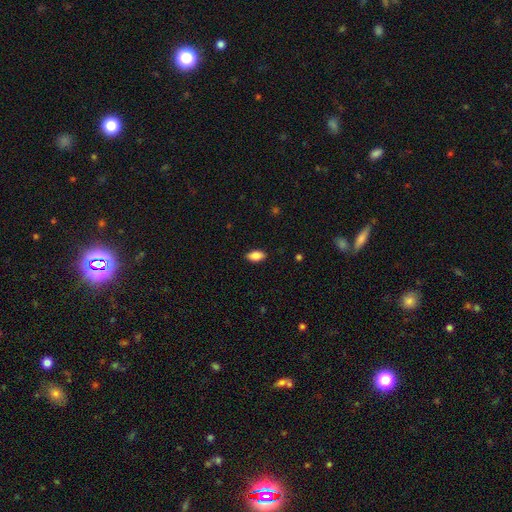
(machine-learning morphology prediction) Smooth or featured: smooth — 87% (star or artifact — 7%)
How rounded: in between — 92% (cigar-shaped — 5%)
Merging: none — 87% (minor disturbance — 10%)